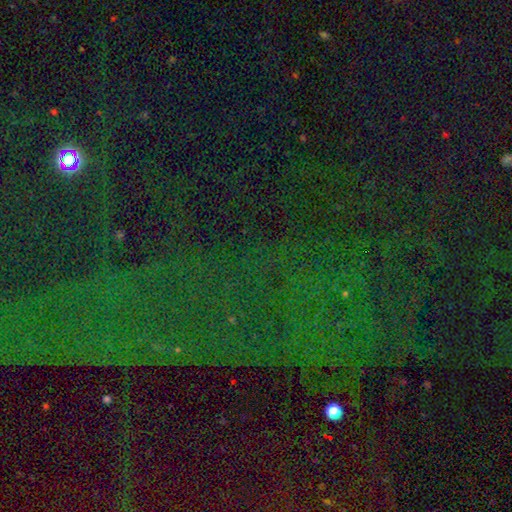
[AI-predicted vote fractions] Overall: star or artifact (83%).